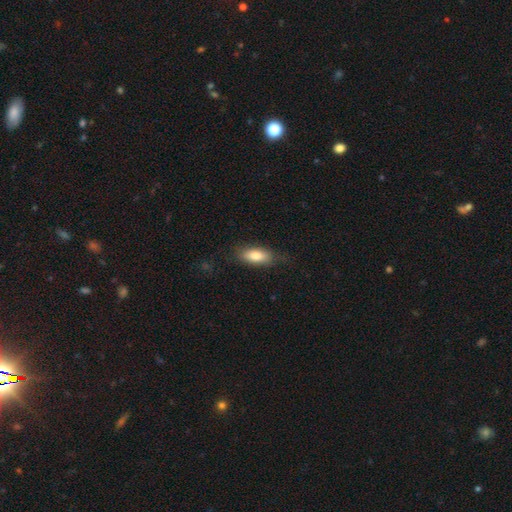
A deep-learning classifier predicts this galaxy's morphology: smooth 81%, featured or disk 13%, star or artifact 7%. Down the decision tree: how rounded — in between (83%); merging — none (75%).